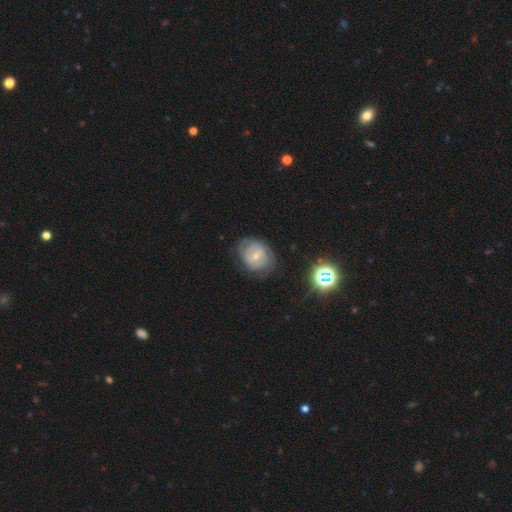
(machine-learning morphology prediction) A featured or disk galaxy (69%) with no bar (62%), tight (65%) spiral arms (83%) and a small central bulge (56%).

Vote fractions:
- Smooth or featured? featured or disk: 69% / smooth: 23% / star or artifact: 8%
- Edge-on disk? no: 97% / yes: 3%
- Bar? no: 62% / weak: 32% / strong: 6%
- Spiral arms? yes: 83% / no: 17%
- Spiral winding? tight: 65% / medium: 27% / loose: 8%
- Spiral arm count? can't tell: 43% / 2: 34% / 3: 12% / 1: 4% / 4: 4% / more than 4: 3%
- Bulge size? small: 56% / moderate: 40% / large: 2% / none: 1% / dominant: 1%
- Merging? none: 65% / minor disturbance: 23% / major disturbance: 11% / merger: 2%